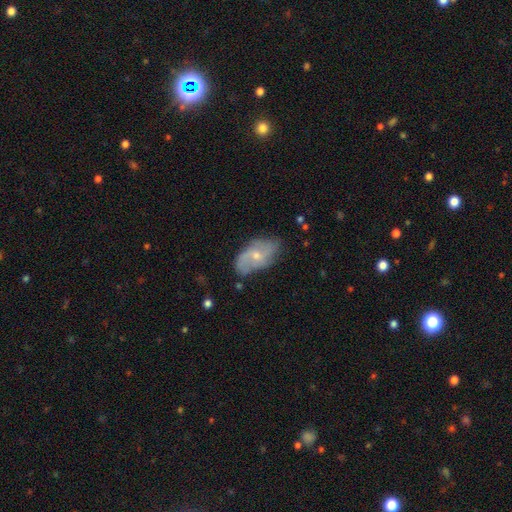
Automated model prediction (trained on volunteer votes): Smooth or featured: featured or disk — 66% (smooth — 27%)
Edge-on disk: no — 94% (yes — 6%)
Bar: no — 63% (weak — 31%)
Spiral arms: yes — 84% (no — 16%)
Spiral winding: loose — 46% (medium — 37%)
Spiral arm count: 2 — 62% (can't tell — 20%)
Bulge size: small — 60% (moderate — 36%)
Merging: none — 63% (minor disturbance — 26%)